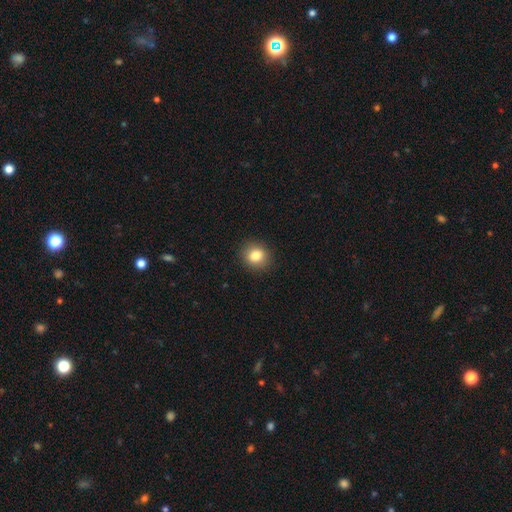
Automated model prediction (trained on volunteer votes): Smooth or featured?
  - smooth: 83% *
  - star or artifact: 10%
  - featured or disk: 7%
How rounded?
  - round: 80% *
  - in between: 19%
  - cigar-shaped: 1%
Merging?
  - none: 90% *
  - minor disturbance: 7%
  - major disturbance: 2%
  - merger: 1%